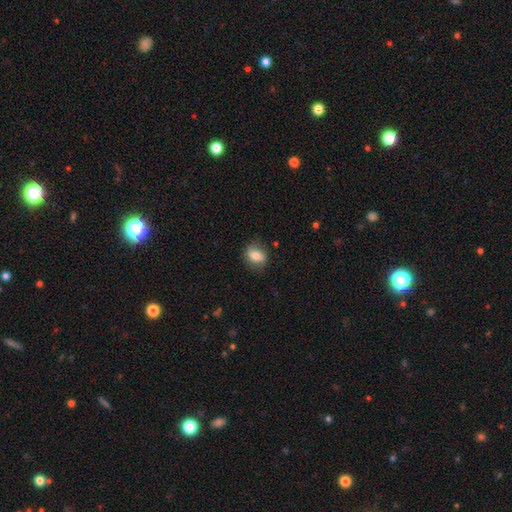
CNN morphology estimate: Smooth or featured: smooth — 73% (featured or disk — 19%)
How rounded: in between — 58% (round — 40%)
Merging: none — 78% (minor disturbance — 17%)